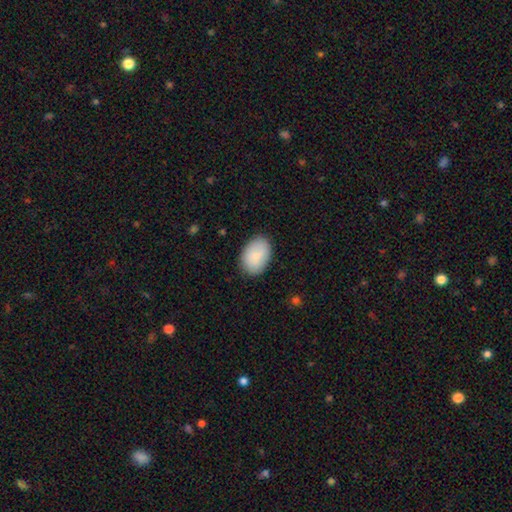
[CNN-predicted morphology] The model was most divided on "merging": none: 85%, minor disturbance: 11%, major disturbance: 3%, merger: 1%. More confident: how rounded — in between (88%); smooth or featured — smooth (85%).